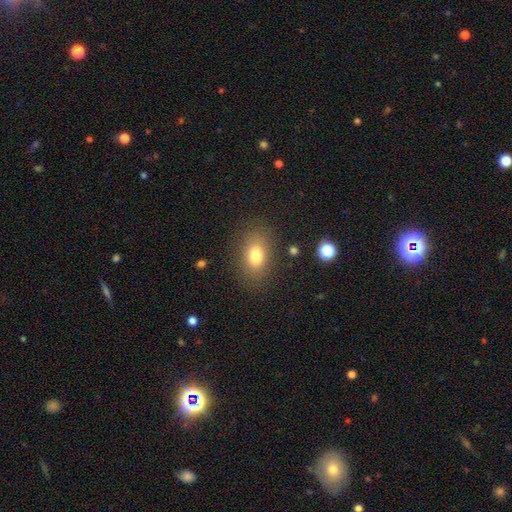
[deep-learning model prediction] Overall: smooth (77%). How rounded: in between (80%). Merging: none (82%).